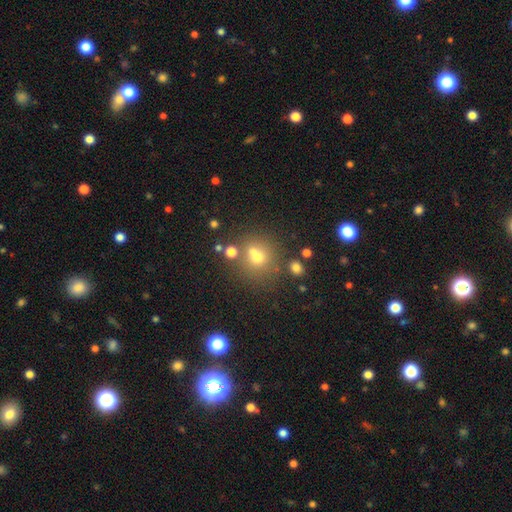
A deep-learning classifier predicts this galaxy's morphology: A smooth galaxy with no disk features (60%) that is round (84%).

Vote fractions:
- Smooth or featured? smooth: 60% / star or artifact: 22% / featured or disk: 18%
- How rounded? round: 84% / in between: 15% / cigar-shaped: 1%
- Merging? none: 54% / merger: 32% / minor disturbance: 9% / major disturbance: 5%